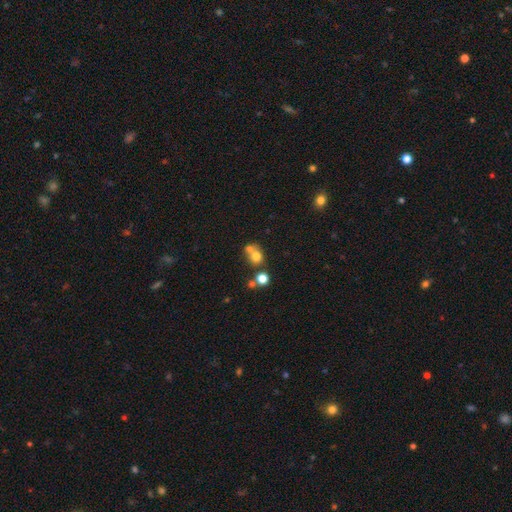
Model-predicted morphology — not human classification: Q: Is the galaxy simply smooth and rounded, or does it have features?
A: smooth — 71%.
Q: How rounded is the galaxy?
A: round — 78%.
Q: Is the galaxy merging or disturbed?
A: merger — 48%.